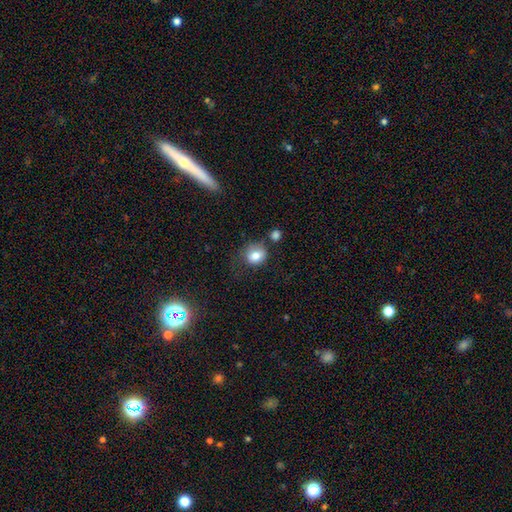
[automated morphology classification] This is clearly a smooth galaxy (80%). How rounded: likely round (78%). Merging: possibly none (59%).